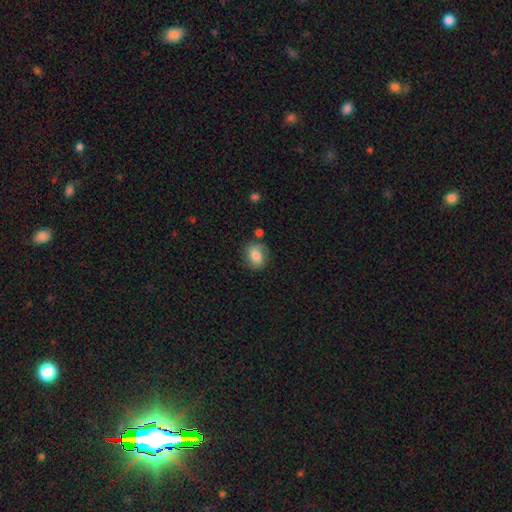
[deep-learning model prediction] Q: Smooth or featured?
A: smooth (77%); runner-up: featured or disk (14%)
Q: How rounded?
A: round (53%); runner-up: in between (46%)
Q: Merging?
A: none (70%); runner-up: minor disturbance (19%)